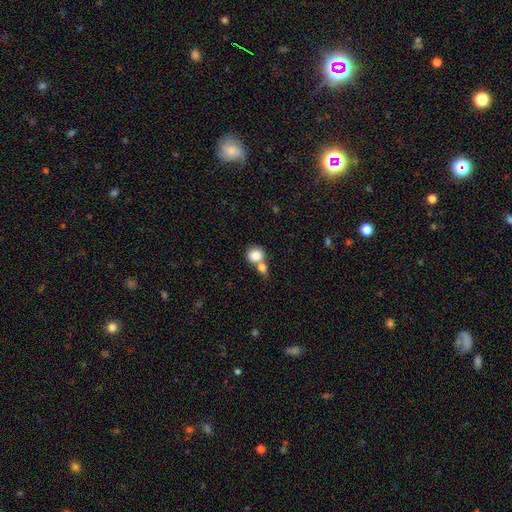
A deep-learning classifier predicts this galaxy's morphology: This appears to be a smooth galaxy with no disk features (83%) that is round (84%). Merging: merger (53%).